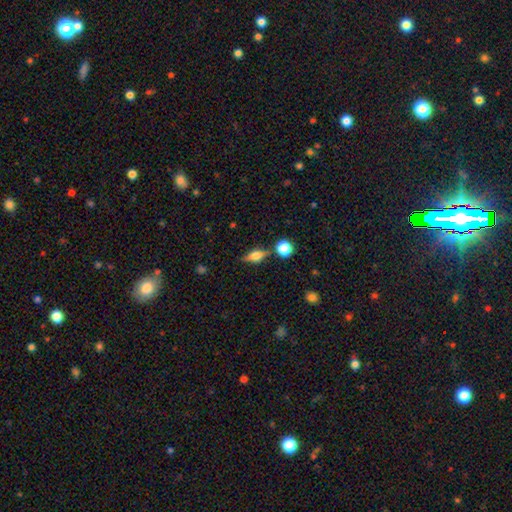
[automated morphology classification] Smooth or featured: featured or disk — 48% (smooth — 41%)
Merging: none — 78% (minor disturbance — 12%)